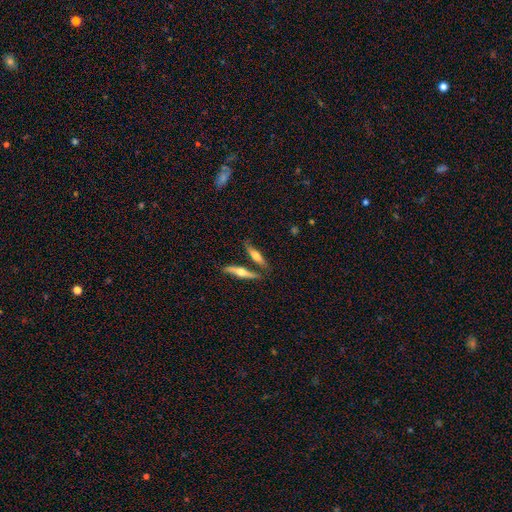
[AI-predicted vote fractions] A featured or disk galaxy (53%) viewed edge-on (89%). Merging: none (63%).